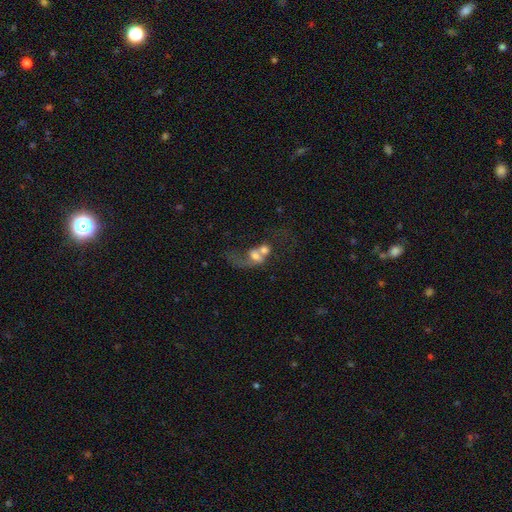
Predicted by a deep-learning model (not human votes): Q: Smooth or featured?
A: smooth (49%); runner-up: featured or disk (40%)
Q: Merging?
A: merger (70%); runner-up: major disturbance (15%)